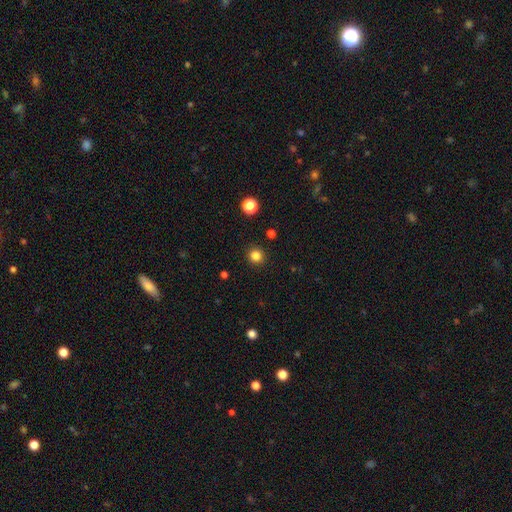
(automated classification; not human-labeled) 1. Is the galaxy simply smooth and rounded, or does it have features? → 83% smooth, 13% star or artifact, 4% featured or disk.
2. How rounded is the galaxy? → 93% round, 6% in between, 1% cigar-shaped.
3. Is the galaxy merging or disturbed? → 92% none, 5% minor disturbance, 2% major disturbance, 1% merger.